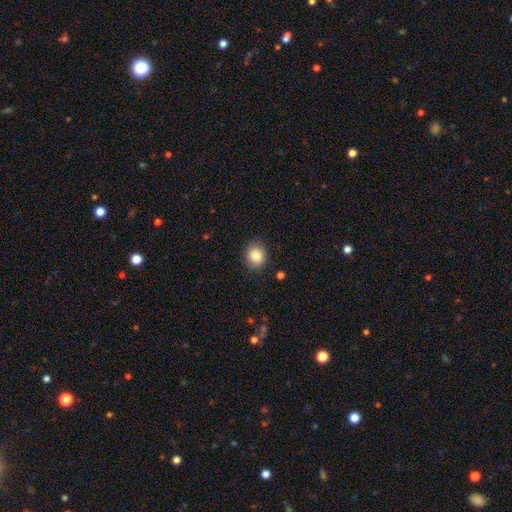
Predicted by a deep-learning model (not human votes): Smooth or featured?
  - smooth: 86% *
  - star or artifact: 9%
  - featured or disk: 5%
How rounded?
  - round: 73% *
  - in between: 26%
  - cigar-shaped: 1%
Merging?
  - none: 86% *
  - minor disturbance: 10%
  - major disturbance: 3%
  - merger: 1%